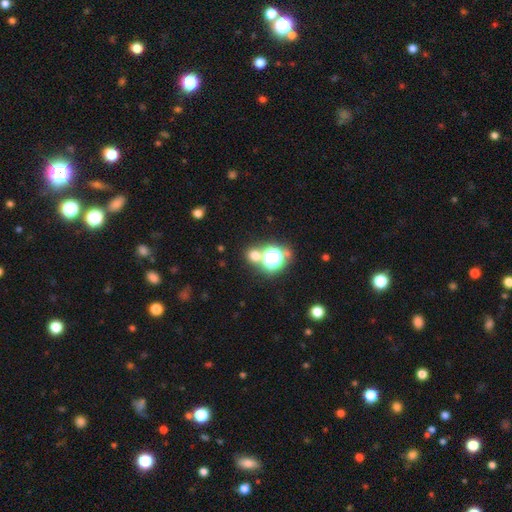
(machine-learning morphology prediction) smooth 59%, star or artifact 33%, featured or disk 7%. Down the decision tree: how rounded — round (86%); merging — none (69%).